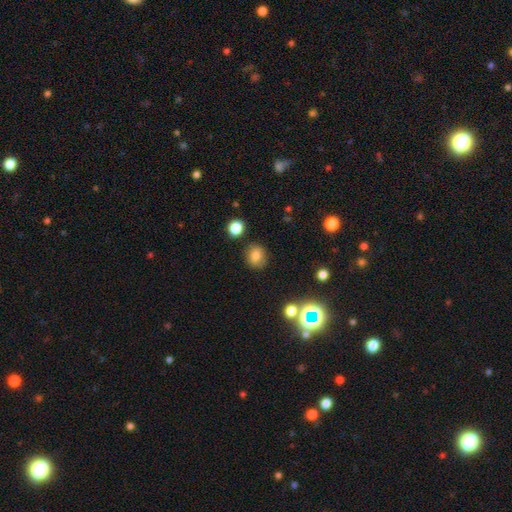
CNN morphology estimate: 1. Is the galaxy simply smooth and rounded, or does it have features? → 78% smooth, 13% star or artifact, 9% featured or disk.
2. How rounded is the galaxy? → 74% round, 25% in between, 1% cigar-shaped.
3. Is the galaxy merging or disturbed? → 85% none, 9% minor disturbance, 3% merger, 3% major disturbance.